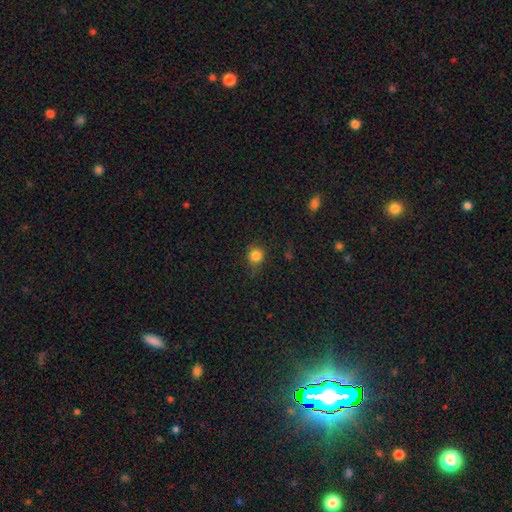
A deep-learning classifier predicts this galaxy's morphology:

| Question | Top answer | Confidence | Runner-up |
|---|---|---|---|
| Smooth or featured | smooth | 83% | star or artifact (12%) |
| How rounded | round | 85% | in between (13%) |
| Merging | none | 74% | minor disturbance (19%) |